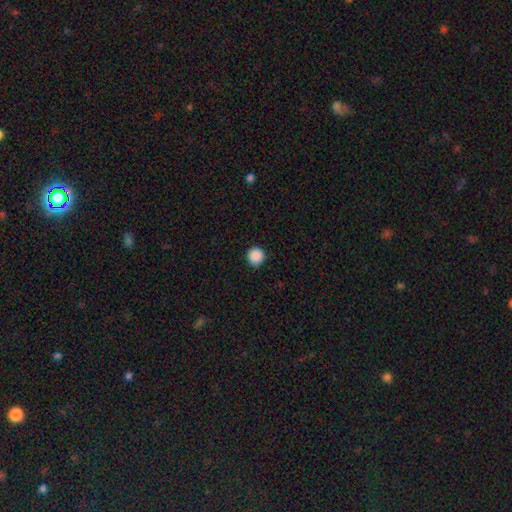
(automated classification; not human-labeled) This is clearly a smooth galaxy (88%). How rounded: clearly round (94%). Merging: clearly none (90%).